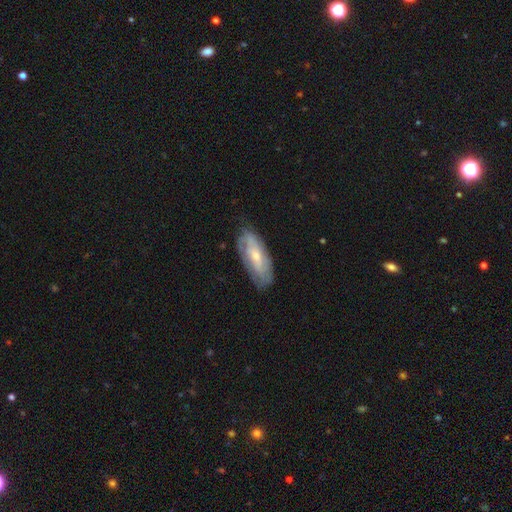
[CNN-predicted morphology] This appears to be a featured or disk galaxy (60%) with no bar (61%), spiral arms (75%) and a small central bulge (50%). Merging: none (71%).